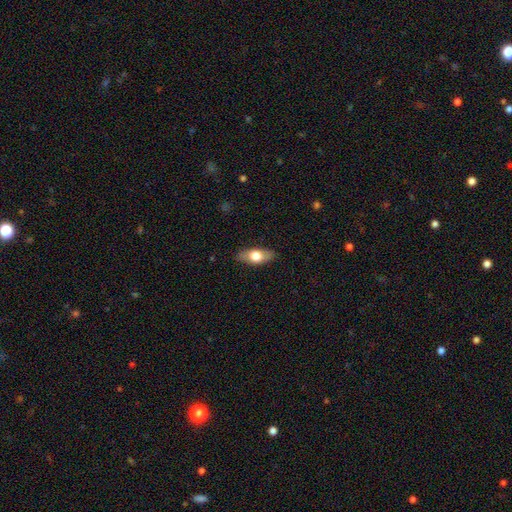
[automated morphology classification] Overall: smooth (67%). How rounded: in between (82%). Merging: none (86%).